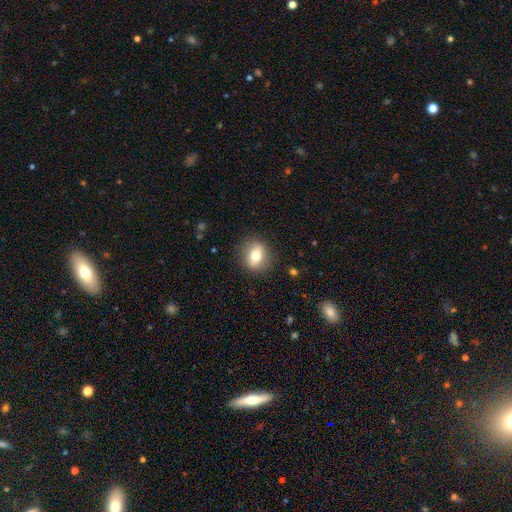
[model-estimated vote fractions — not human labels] Smooth or featured? Predicted: smooth (p=0.72). How rounded? Predicted: round (p=0.58). Merging? Predicted: none (p=0.86).